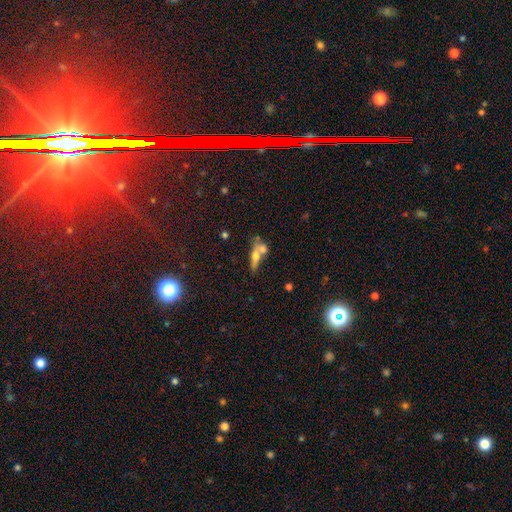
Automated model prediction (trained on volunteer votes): This is possibly a smooth galaxy (51%). How rounded: possibly in between (56%). Merging: possibly merger (55%).